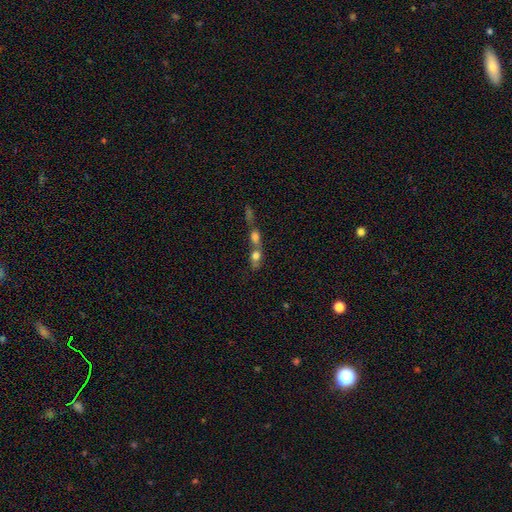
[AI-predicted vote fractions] This appears to be a smooth galaxy with no disk features (67%) that is in between round and cigar-shaped (55%). Merging: merger (78%).